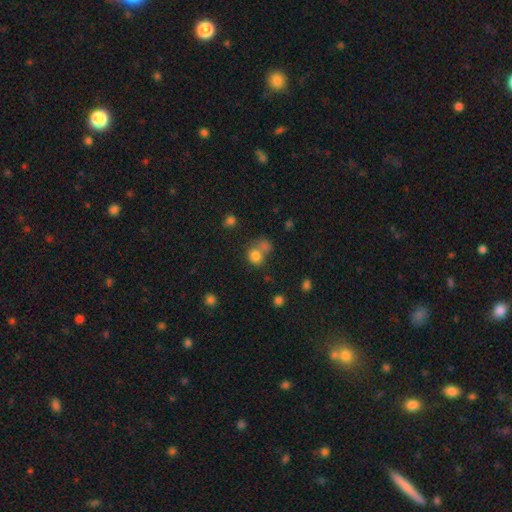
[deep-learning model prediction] smooth_or_featured: smooth (p=0.78) [alt: star or artifact p=0.14]
how_rounded: round (p=0.72) [alt: in between p=0.27]
merging: none (p=0.42) [alt: merger p=0.39]